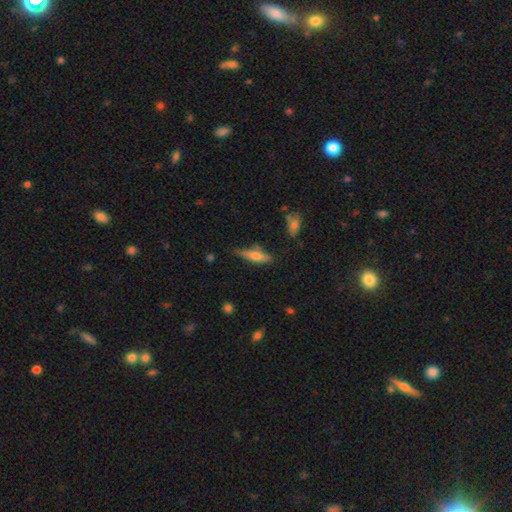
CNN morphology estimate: This appears to be a smooth galaxy with no disk features (56%) that is cigar-shaped (66%). Merging: none (65%).